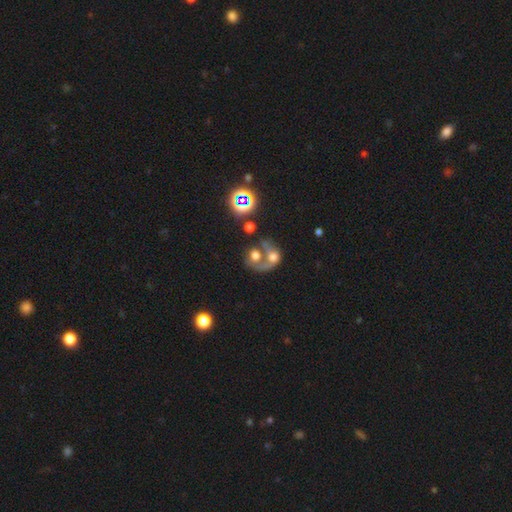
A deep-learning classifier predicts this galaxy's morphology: The model was most divided on "smooth or featured": smooth: 45%, featured or disk: 40%, star or artifact: 15%. More confident: merging — merger (63%).